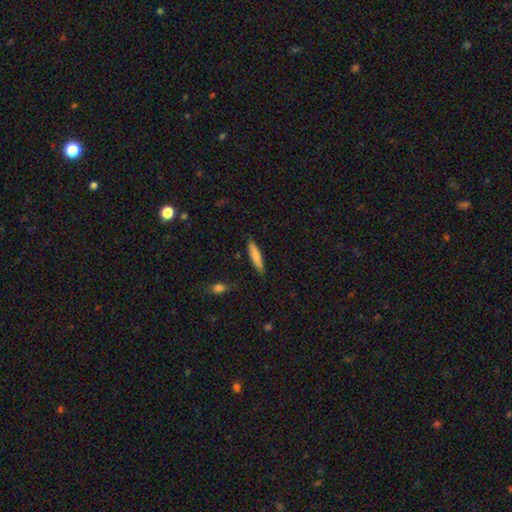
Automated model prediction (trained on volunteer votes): The model was most divided on "smooth or featured": smooth: 78%, featured or disk: 16%, star or artifact: 6%. More confident: merging — none (87%); how rounded — cigar-shaped (83%).